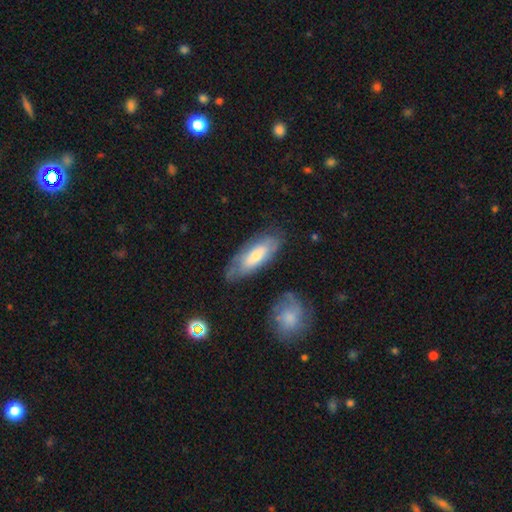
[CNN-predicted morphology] smooth_or_featured: smooth (p=0.55) [alt: featured or disk p=0.39]
how_rounded: in between (p=0.67) [alt: cigar-shaped p=0.31]
merging: none (p=0.72) [alt: minor disturbance p=0.19]